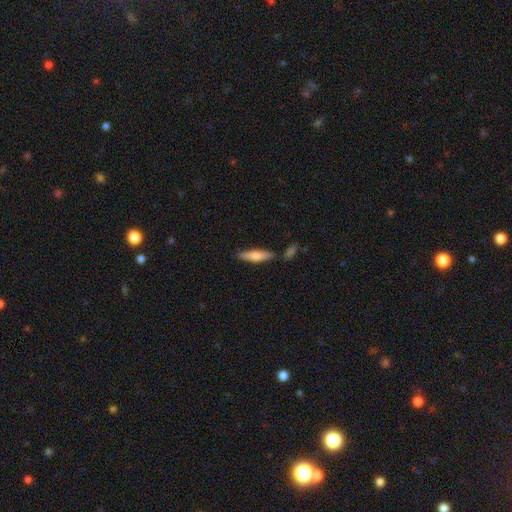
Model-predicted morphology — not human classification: Q: Smooth or featured?
A: smooth (66%); runner-up: featured or disk (28%)
Q: How rounded?
A: cigar-shaped (82%); runner-up: in between (17%)
Q: Merging?
A: none (78%); runner-up: minor disturbance (11%)